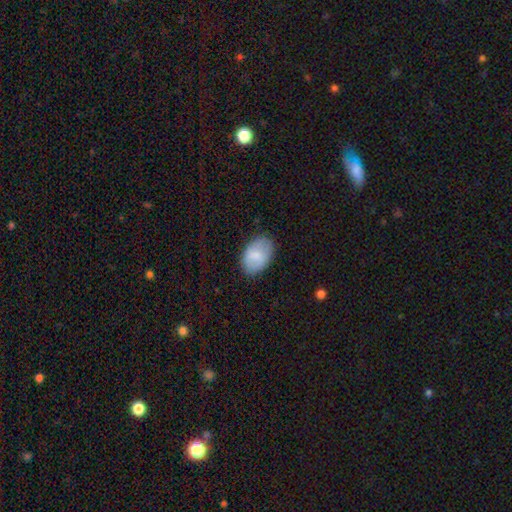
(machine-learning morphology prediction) type=smooth (77%); roundness=in between (88%); merging=none (79%).